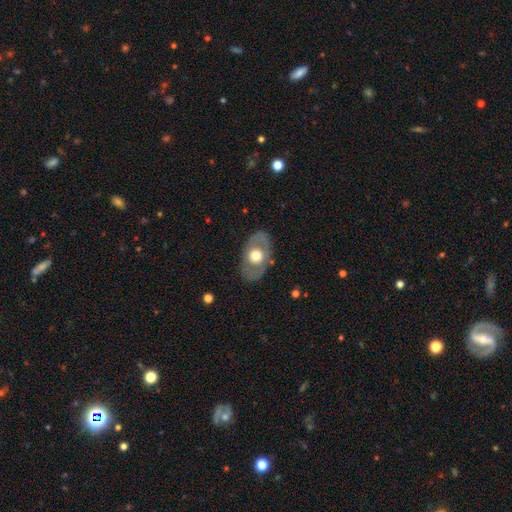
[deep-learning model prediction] Morphology: type=featured or disk (48%); merging=none (81%).